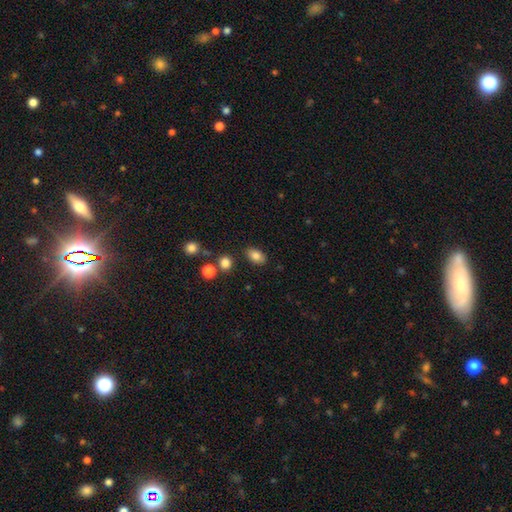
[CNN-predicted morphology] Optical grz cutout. It shows a smooth galaxy with no disk features (82%) that is in between round and cigar-shaped (85%). Merging: none (84%).